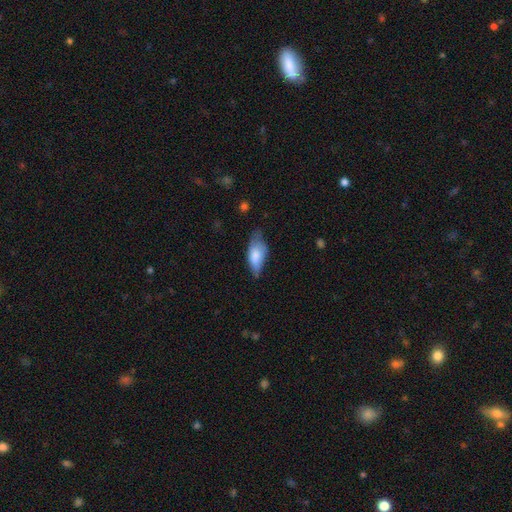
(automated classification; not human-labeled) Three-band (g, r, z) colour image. It shows a smooth galaxy with no disk features (75%) that is in between round and cigar-shaped (85%). Merging: minor disturbance (43%).